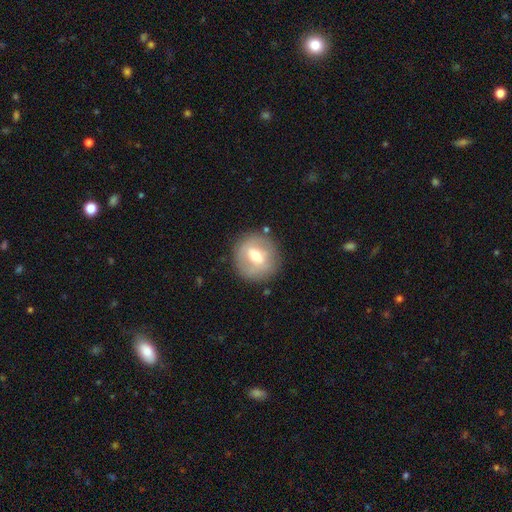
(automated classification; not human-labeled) smooth 47%, featured or disk 45%, star or artifact 8%. Down the decision tree: merging — none (82%).